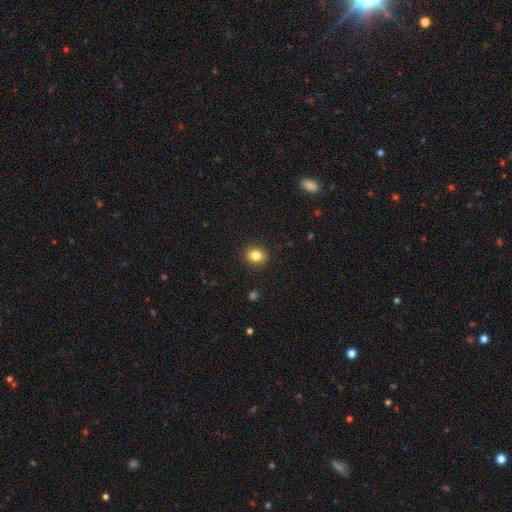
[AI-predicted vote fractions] Morphology: type=smooth (82%); roundness=round (76%); merging=none (90%).